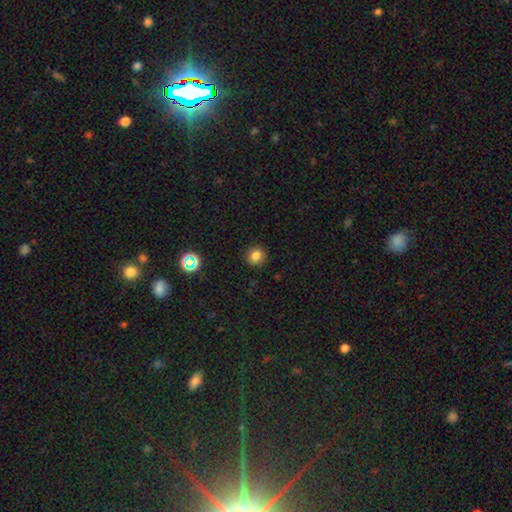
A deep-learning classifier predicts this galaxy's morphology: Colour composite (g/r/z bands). It shows a smooth galaxy with no disk features (80%) that is round (93%). Merging: none (91%).